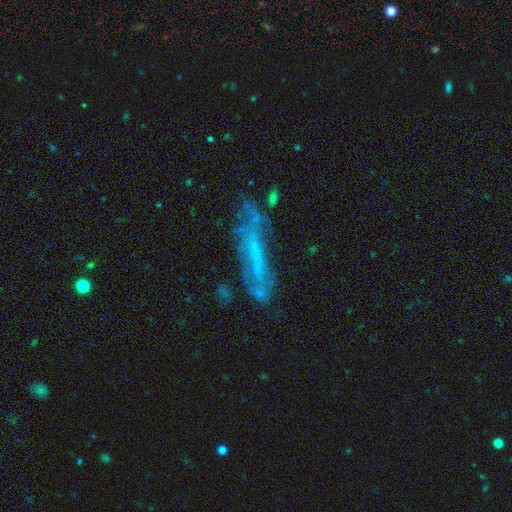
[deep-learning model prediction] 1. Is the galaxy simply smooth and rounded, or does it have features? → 64% featured or disk, 24% smooth, 13% star or artifact.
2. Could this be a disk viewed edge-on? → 58% no, 42% yes.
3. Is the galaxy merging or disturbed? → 59% none, 20% minor disturbance, 14% major disturbance, 7% merger.